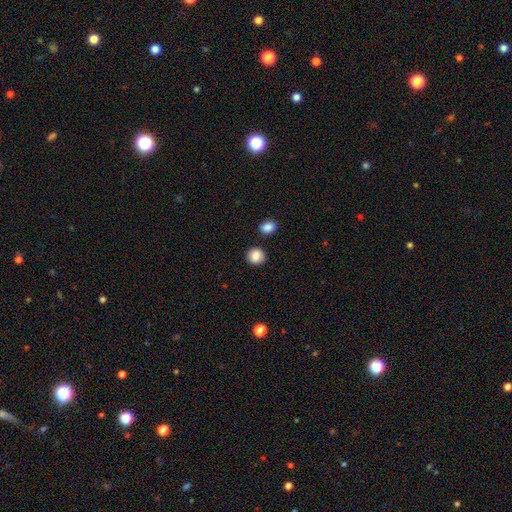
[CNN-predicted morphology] Smooth or featured? smooth (87%)
How rounded? round (88%)
Merging? none (87%)